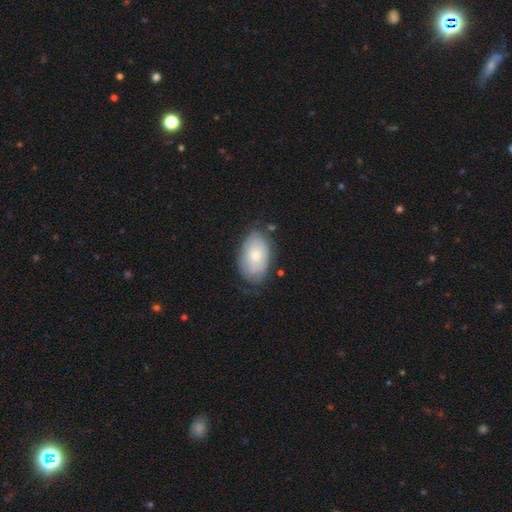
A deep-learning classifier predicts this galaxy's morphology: Smooth or featured: smooth — 60% (featured or disk — 34%)
How rounded: in between — 91% (round — 8%)
Merging: none — 68% (minor disturbance — 23%)